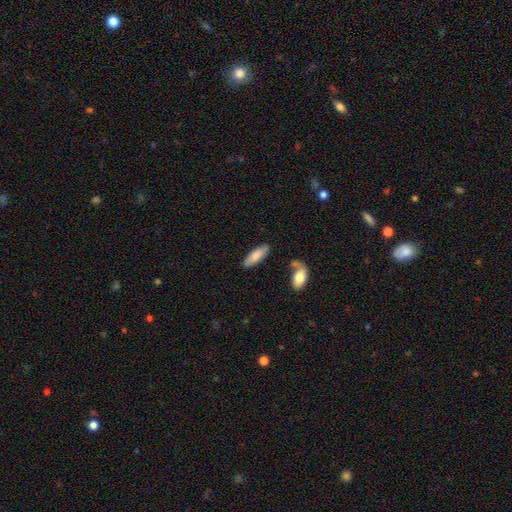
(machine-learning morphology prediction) Smooth or featured?
  - smooth: 82% *
  - featured or disk: 13%
  - star or artifact: 6%
How rounded?
  - in between: 60% *
  - cigar-shaped: 39%
  - round: 2%
Merging?
  - none: 78% *
  - minor disturbance: 13%
  - merger: 6%
  - major disturbance: 3%